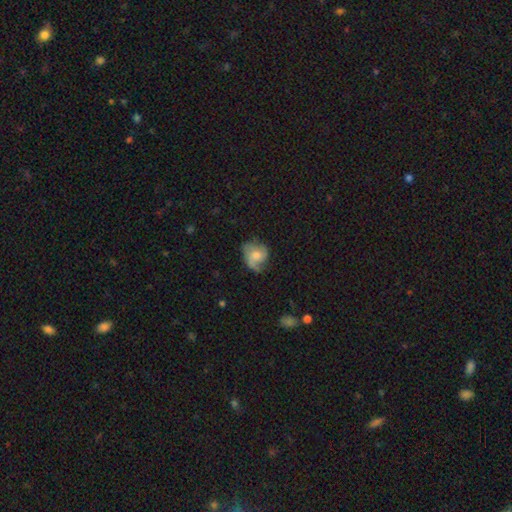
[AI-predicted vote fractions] Smooth or featured? featured or disk (53%)
Edge-on disk? no (97%)
Bar? no (68%)
Spiral arms? yes (84%)
Bulge size? moderate (49%)
Merging? none (52%)